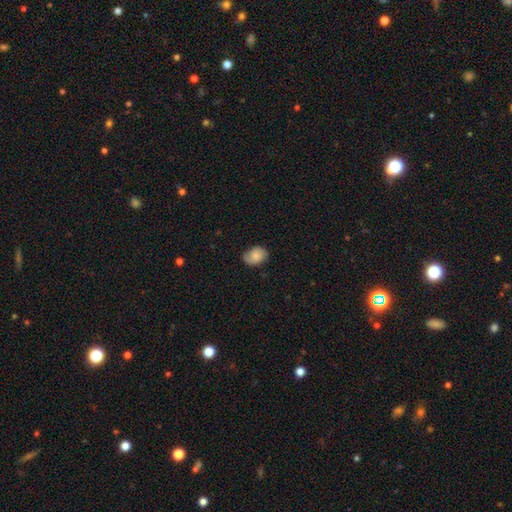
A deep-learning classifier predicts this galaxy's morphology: Smooth or featured: smooth — 76% (featured or disk — 16%)
How rounded: in between — 72% (round — 27%)
Merging: none — 74% (minor disturbance — 21%)